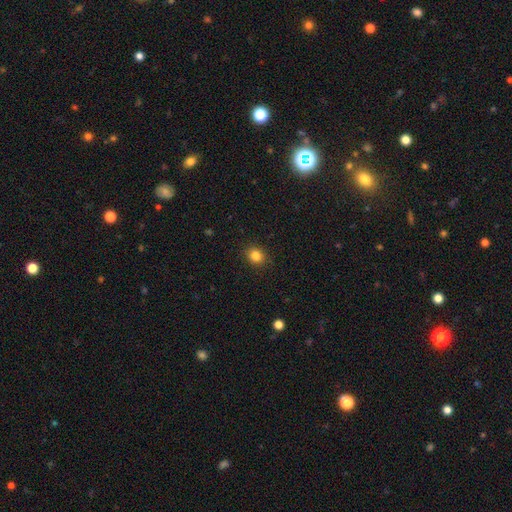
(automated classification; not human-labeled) Smooth or featured: smooth — 84% (star or artifact — 11%)
How rounded: round — 70% (in between — 29%)
Merging: none — 90% (minor disturbance — 7%)